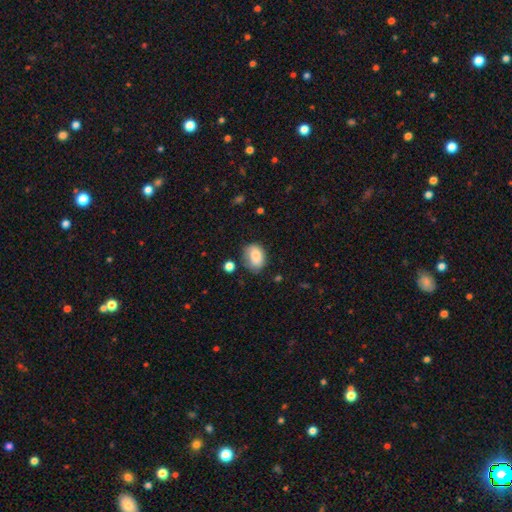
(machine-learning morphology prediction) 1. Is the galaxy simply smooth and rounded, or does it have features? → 79% smooth, 12% featured or disk, 8% star or artifact.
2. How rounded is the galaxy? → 68% in between, 31% round, 1% cigar-shaped.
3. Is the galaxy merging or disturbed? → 58% none, 29% minor disturbance, 8% major disturbance, 5% merger.